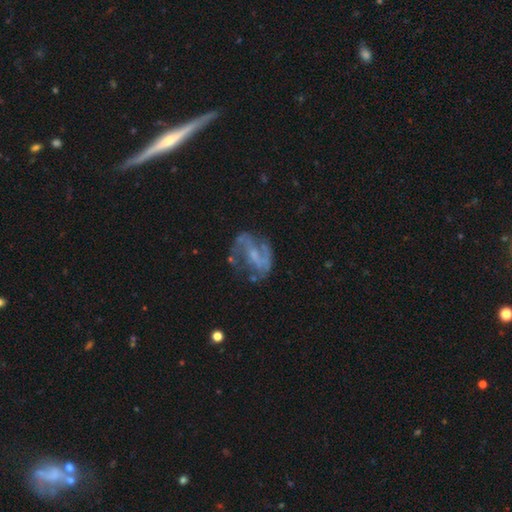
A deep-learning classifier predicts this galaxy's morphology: Smooth or featured? Predicted: featured or disk (p=0.76). Edge-on disk? Predicted: no (p=0.97). Bar? Predicted: weak (p=0.45). Spiral arms? Predicted: yes (p=0.78). Spiral winding? Predicted: loose (p=0.44). Spiral arm count? Predicted: 2 (p=0.70). Bulge size? Predicted: small (p=0.52). Merging? Predicted: none (p=0.52).